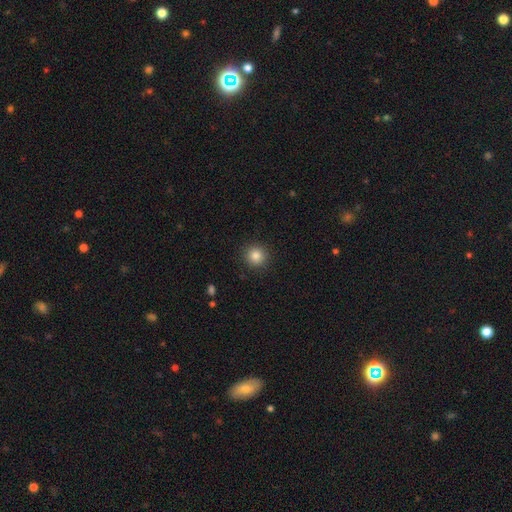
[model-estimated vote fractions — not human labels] This appears to be a smooth galaxy with no disk features (85%) that is round (94%). Merging: none (91%).